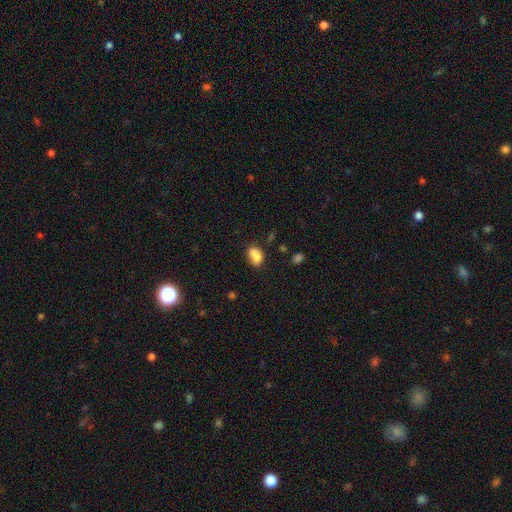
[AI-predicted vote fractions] Smooth or featured?
  - smooth: 78% *
  - featured or disk: 12%
  - star or artifact: 10%
How rounded?
  - in between: 77% *
  - round: 21%
  - cigar-shaped: 2%
Merging?
  - none: 40% *
  - merger: 36%
  - minor disturbance: 18%
  - major disturbance: 6%